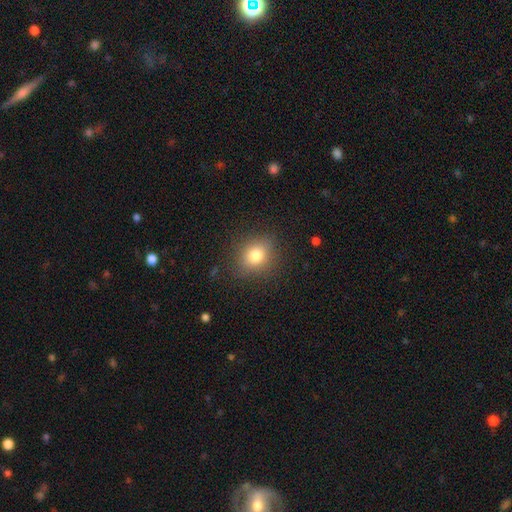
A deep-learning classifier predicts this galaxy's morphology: Overall: smooth (79%). How rounded: round (67%; in between 31%). Merging: none (86%).